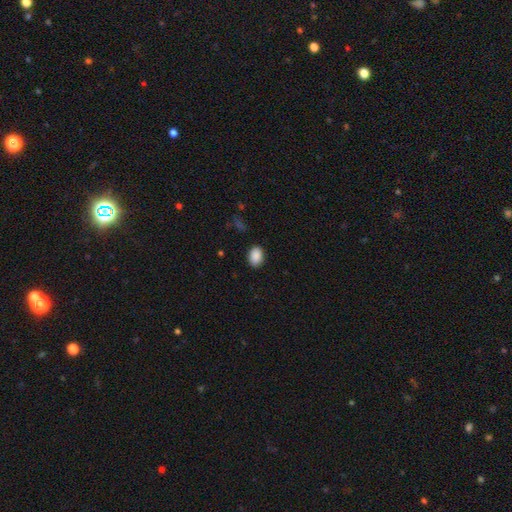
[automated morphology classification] A smooth galaxy with no disk features (89%) that is in between round and cigar-shaped (79%).

Vote fractions:
- Smooth or featured? smooth: 89% / star or artifact: 8% / featured or disk: 3%
- How rounded? in between: 79% / round: 20% / cigar-shaped: 1%
- Merging? none: 88% / minor disturbance: 9% / major disturbance: 2% / merger: 1%